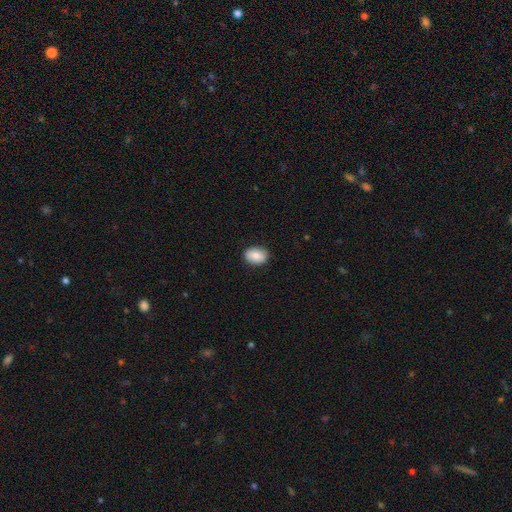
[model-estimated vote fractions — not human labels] Morphology: type=smooth (82%); roundness=in between (72%); merging=none (87%).